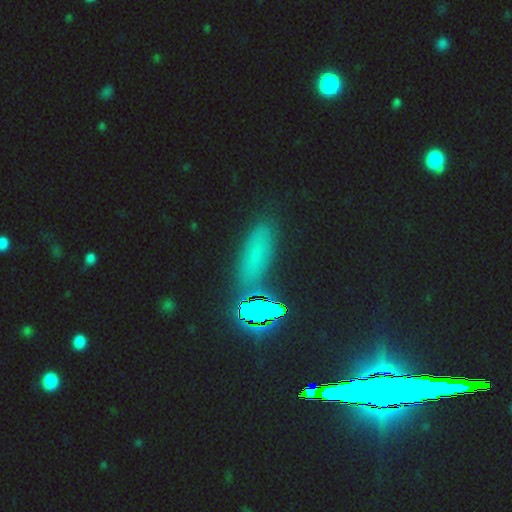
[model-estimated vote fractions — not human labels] smooth 42% (tied), star or artifact 42% (tied), featured or disk 15%. Down the decision tree: merging — none (79%).